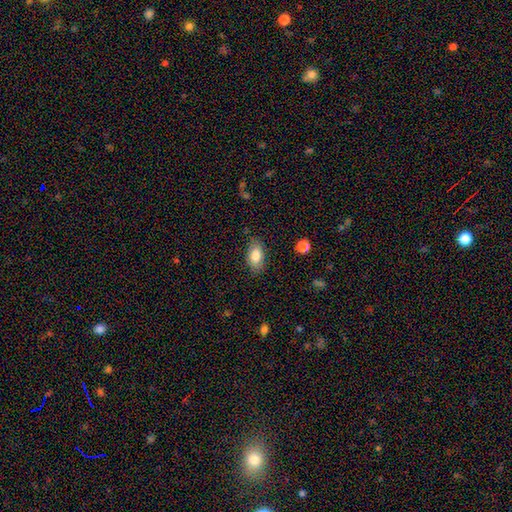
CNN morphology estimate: Smooth or featured? smooth (82%)
How rounded? in between (91%)
Merging? none (83%)